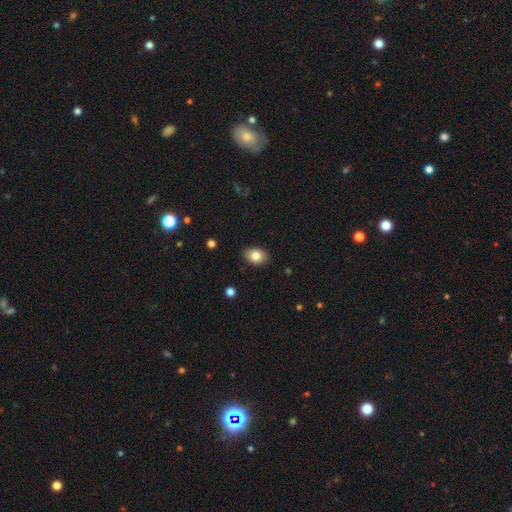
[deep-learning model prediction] Q: Smooth or featured?
A: smooth (84%); runner-up: featured or disk (8%)
Q: How rounded?
A: in between (79%); runner-up: round (20%)
Q: Merging?
A: none (87%); runner-up: minor disturbance (9%)